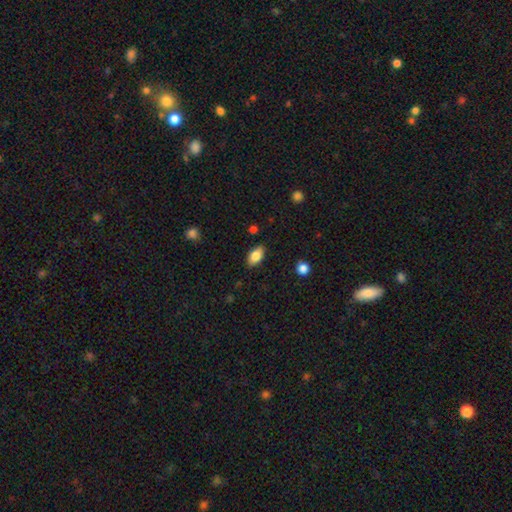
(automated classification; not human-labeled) Smooth or featured?
  - smooth: 81% *
  - featured or disk: 11%
  - star or artifact: 7%
How rounded?
  - in between: 90% *
  - cigar-shaped: 6%
  - round: 4%
Merging?
  - none: 86% *
  - minor disturbance: 10%
  - major disturbance: 2%
  - merger: 1%